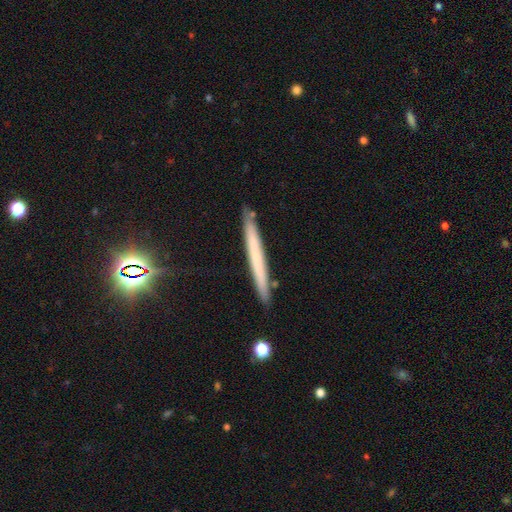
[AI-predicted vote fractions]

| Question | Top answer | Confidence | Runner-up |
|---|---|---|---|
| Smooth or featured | smooth | 52% | featured or disk (39%) |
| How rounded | cigar-shaped | 97% | in between (2%) |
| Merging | none | 89% | minor disturbance (8%) |